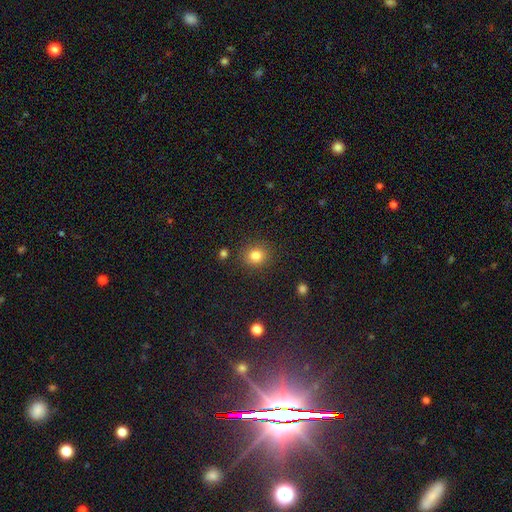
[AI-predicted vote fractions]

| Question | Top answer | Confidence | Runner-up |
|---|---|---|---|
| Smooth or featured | smooth | 82% | star or artifact (12%) |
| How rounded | round | 82% | in between (17%) |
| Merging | none | 87% | minor disturbance (8%) |